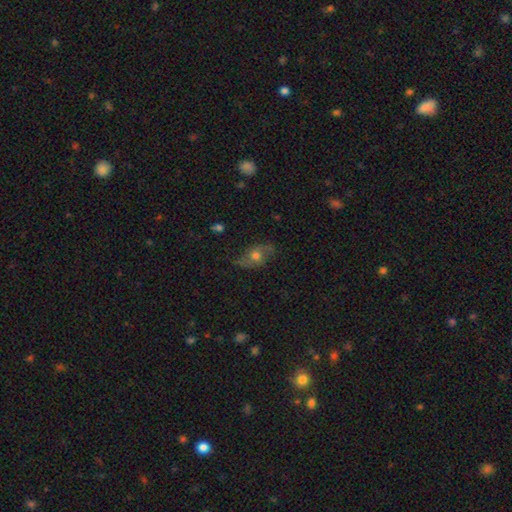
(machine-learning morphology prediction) Smooth or featured: featured or disk — 51% (smooth — 36%)
Edge-on disk: no — 85% (yes — 15%)
Merging: none — 70% (minor disturbance — 21%)